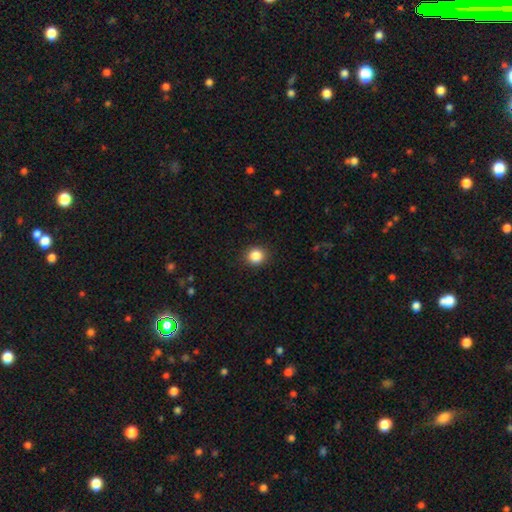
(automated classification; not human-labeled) A smooth galaxy with no disk features (85%) that is round (86%). Merging: none (90%).